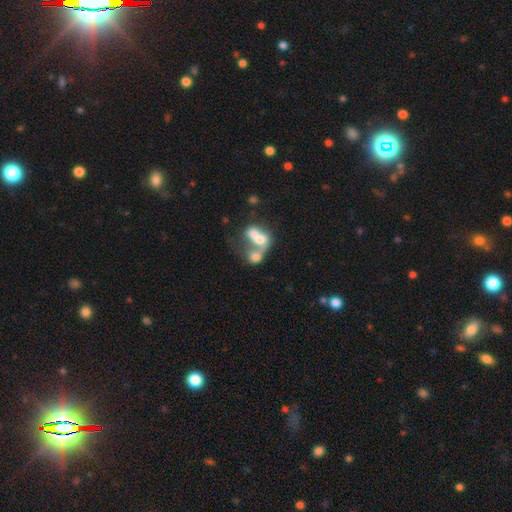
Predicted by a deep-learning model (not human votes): Smooth or featured? smooth (53%)
How rounded? in between (60%)
Merging? merger (73%)